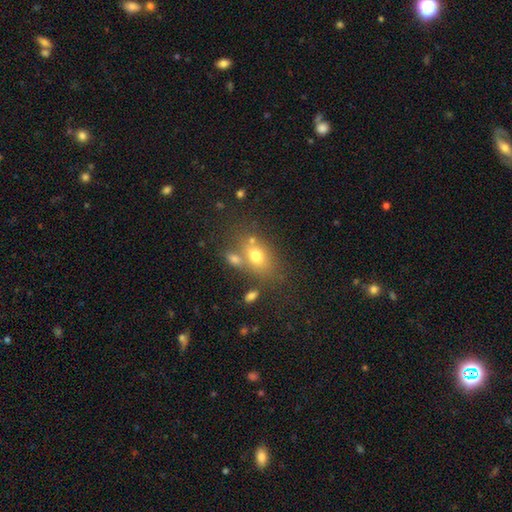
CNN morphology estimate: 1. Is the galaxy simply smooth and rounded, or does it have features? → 71% smooth, 17% featured or disk, 12% star or artifact.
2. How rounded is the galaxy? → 76% in between, 21% round, 3% cigar-shaped.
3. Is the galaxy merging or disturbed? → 54% none, 25% merger, 14% minor disturbance, 6% major disturbance.